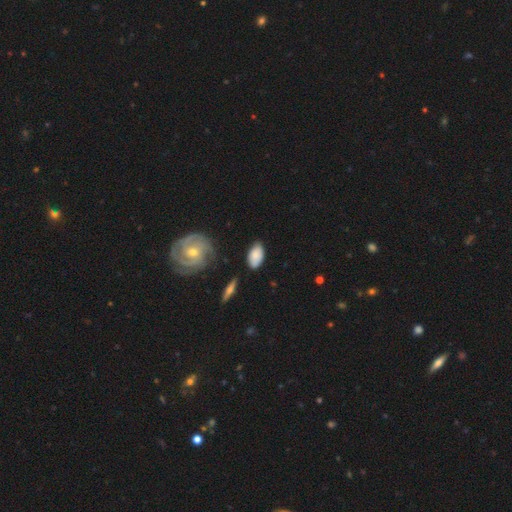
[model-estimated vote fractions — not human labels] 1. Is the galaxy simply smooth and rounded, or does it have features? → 76% smooth, 17% featured or disk, 7% star or artifact.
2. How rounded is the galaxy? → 92% in between, 5% round, 3% cigar-shaped.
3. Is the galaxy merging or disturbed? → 76% none, 18% minor disturbance, 4% major disturbance, 3% merger.